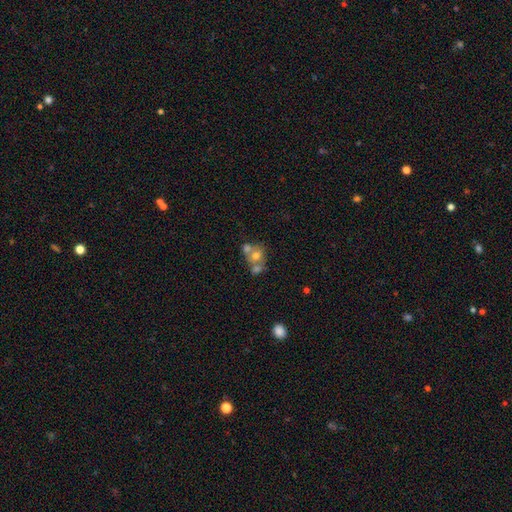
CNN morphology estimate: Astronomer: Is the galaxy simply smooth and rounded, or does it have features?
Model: smooth — 60%.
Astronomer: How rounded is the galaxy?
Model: round — 61% (runner-up: in between, 38%).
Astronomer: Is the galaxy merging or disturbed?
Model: merger — 56%.